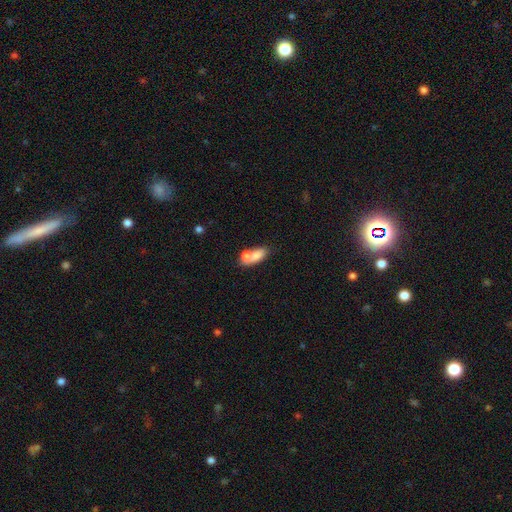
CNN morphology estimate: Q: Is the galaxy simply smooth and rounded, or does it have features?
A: smooth — 71%.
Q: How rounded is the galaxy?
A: in between — 74%.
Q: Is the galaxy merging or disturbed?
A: merger — 51%.